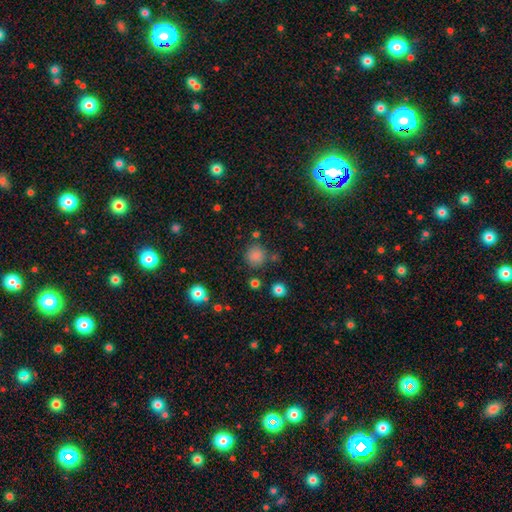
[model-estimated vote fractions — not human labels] Morphology: type=smooth (81%); roundness=round (91%); merging=none (81%).